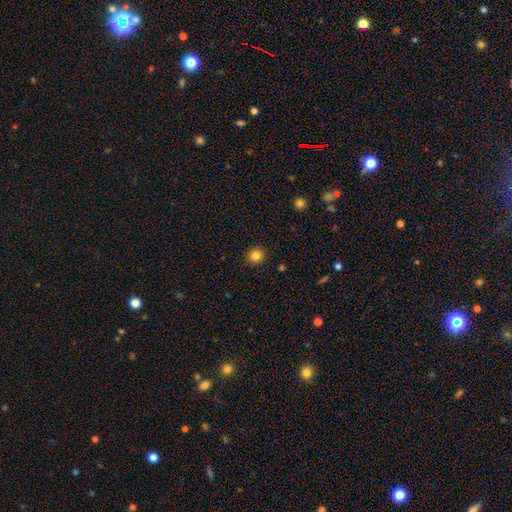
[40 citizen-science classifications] Overall: smooth (82%). How rounded: round (88%). Merging: none (94%).